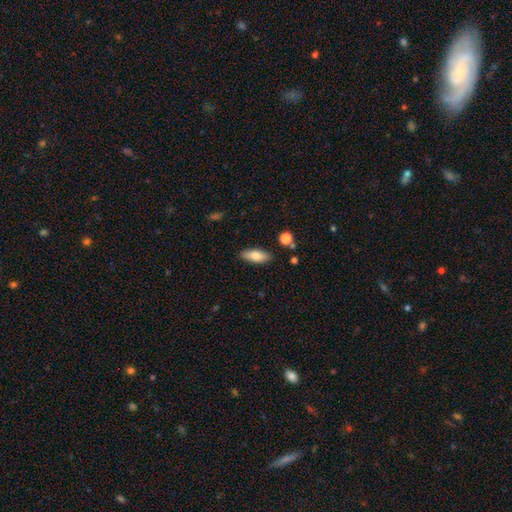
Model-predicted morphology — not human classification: type=smooth (77%); roundness=in between (74%); merging=none (86%).